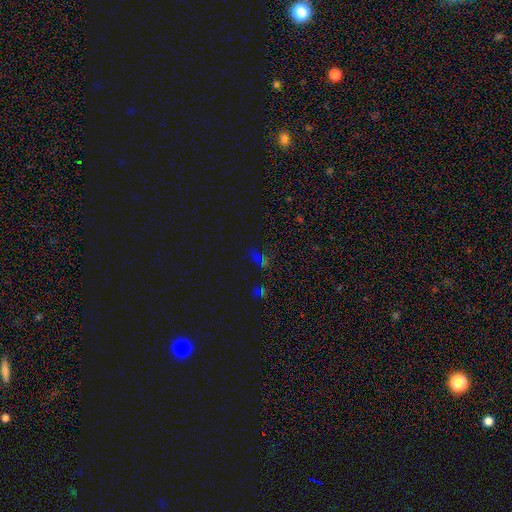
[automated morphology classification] smooth_or_featured: star or artifact (p=0.56) [alt: smooth p=0.34]